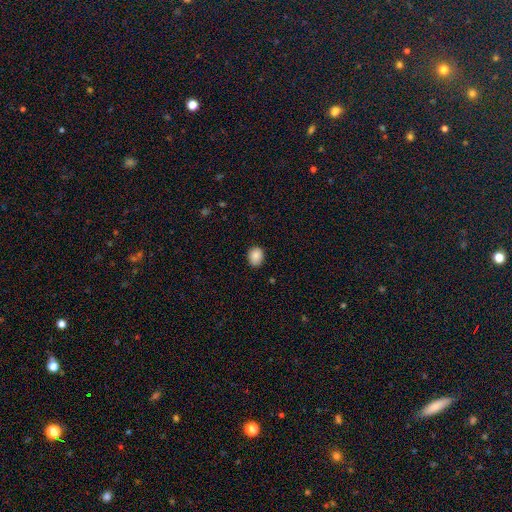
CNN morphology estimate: smooth-or-featured: smooth: 87% | star or artifact: 9% | featured or disk: 4%
  how-rounded: in between: 52% | round: 47% | cigar-shaped: 1%
  merging: none: 86% | minor disturbance: 10% | major disturbance: 2% | merger: 1%